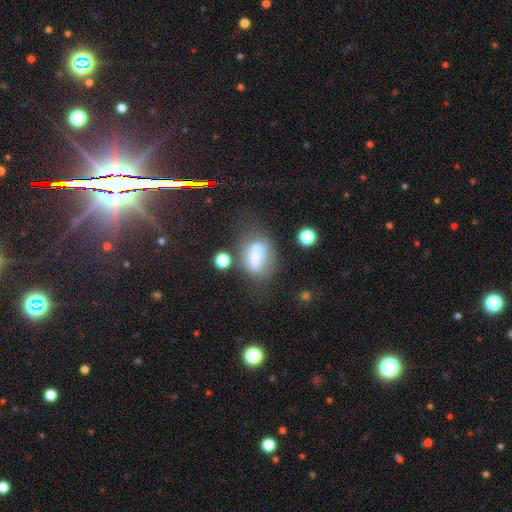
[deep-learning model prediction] Smooth or featured?
  - smooth: 55% *
  - featured or disk: 33%
  - star or artifact: 12%
How rounded?
  - in between: 73% *
  - round: 23%
  - cigar-shaped: 4%
Merging?
  - none: 36% *
  - minor disturbance: 23%
  - major disturbance: 22%
  - merger: 19%